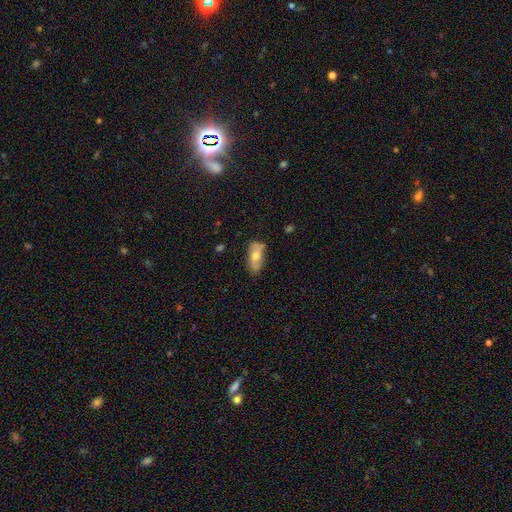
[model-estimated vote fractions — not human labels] Q: Smooth or featured?
A: smooth (53%); runner-up: featured or disk (40%)
Q: How rounded?
A: in between (87%); runner-up: cigar-shaped (8%)
Q: Merging?
A: none (72%); runner-up: minor disturbance (21%)